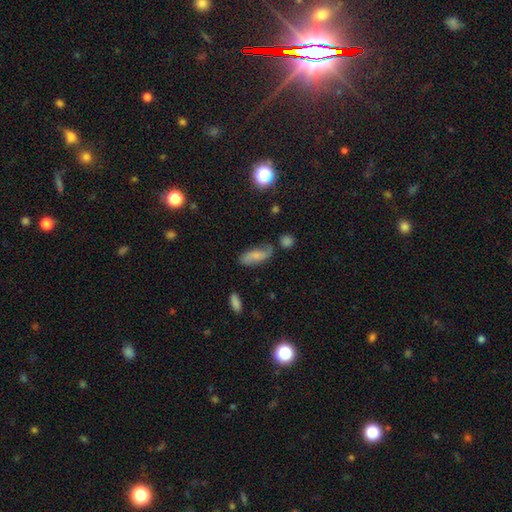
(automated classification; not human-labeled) smooth_or_featured: smooth (p=0.55) [alt: featured or disk p=0.35]
how_rounded: in between (p=0.72) [alt: cigar-shaped p=0.24]
merging: none (p=0.56) [alt: minor disturbance p=0.28]